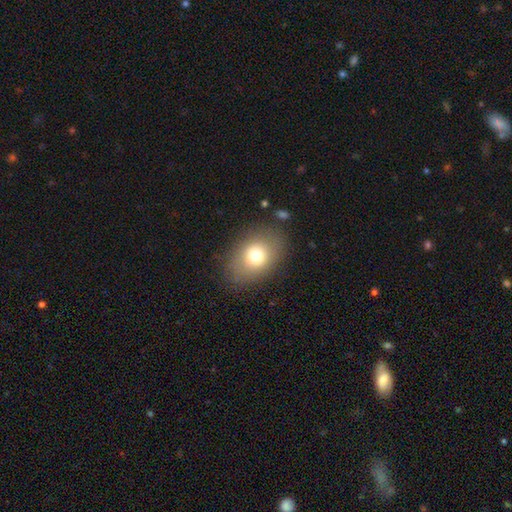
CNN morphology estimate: A smooth galaxy with no disk features (73%) that is in between round and cigar-shaped (74%). Merging: none (80%).